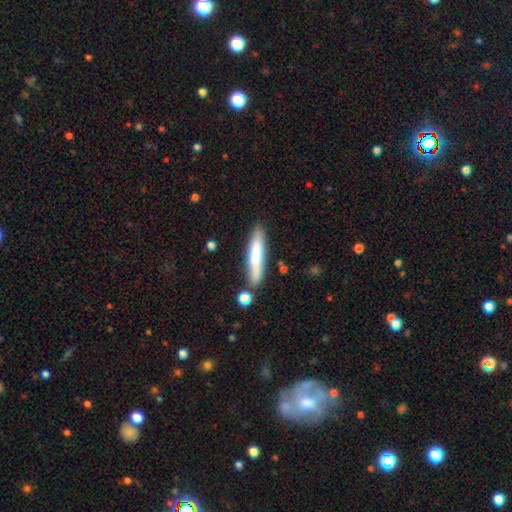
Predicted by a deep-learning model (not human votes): Q: Smooth or featured?
A: smooth (64%); runner-up: featured or disk (30%)
Q: How rounded?
A: cigar-shaped (87%); runner-up: in between (12%)
Q: Merging?
A: none (76%); runner-up: minor disturbance (14%)